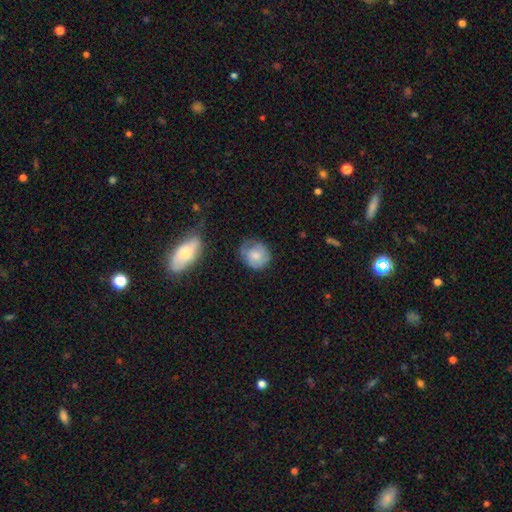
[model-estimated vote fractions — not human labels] Smooth or featured? smooth (69%)
How rounded? round (78%)
Merging? none (59%)